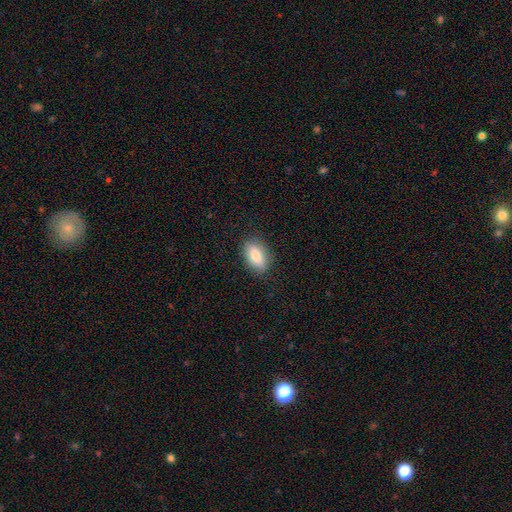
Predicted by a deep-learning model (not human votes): smooth 81%, featured or disk 12%, star or artifact 7%. Down the decision tree: how rounded — in between (86%); merging — none (84%).